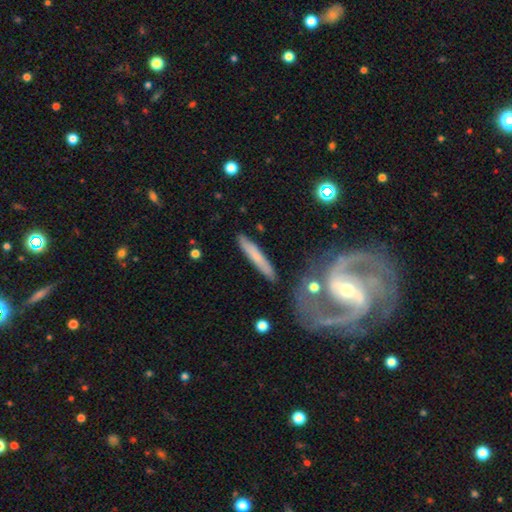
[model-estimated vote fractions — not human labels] smooth_or_featured: smooth (p=0.63) [alt: featured or disk p=0.31]
how_rounded: cigar-shaped (p=0.93) [alt: in between p=0.06]
merging: none (p=0.83) [alt: minor disturbance p=0.10]